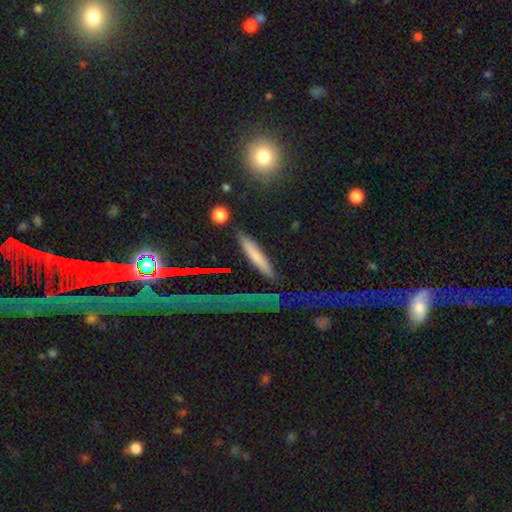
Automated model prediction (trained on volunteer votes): This is likely a smooth galaxy (67%). How rounded: clearly cigar-shaped (84%). Merging: likely none (77%).